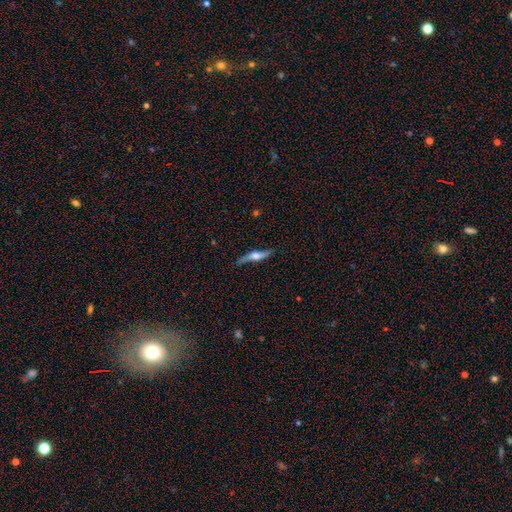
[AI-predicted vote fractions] Overall: featured or disk (65%; smooth 29%). Edge-on disk: yes (89%). Edge-on bulge: rounded (88%). Merging: none (78%).